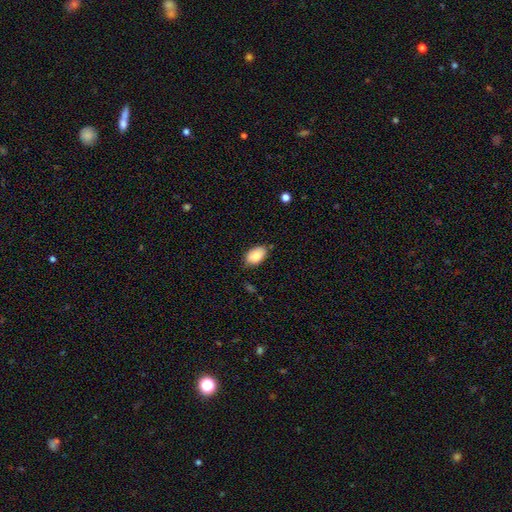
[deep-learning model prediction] smooth-or-featured: smooth: 84% | featured or disk: 9% | star or artifact: 7%
  how-rounded: in between: 92% | round: 7% | cigar-shaped: 1%
  merging: none: 78% | minor disturbance: 17% | major disturbance: 3% | merger: 2%